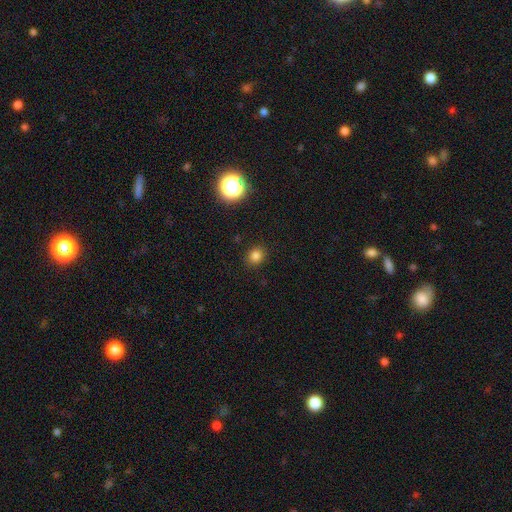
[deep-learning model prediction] This appears to be a smooth galaxy with no disk features (80%) that is round (82%). Merging: none (90%).